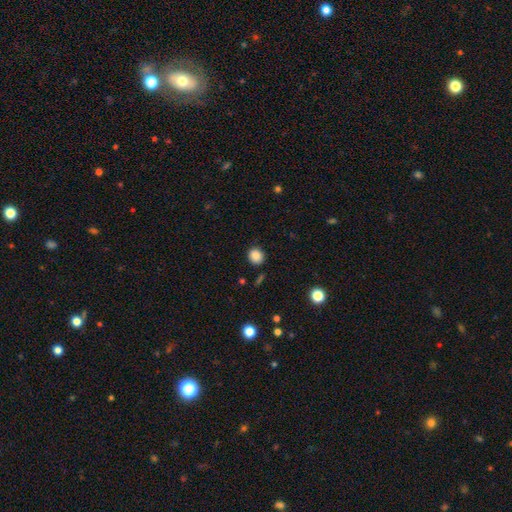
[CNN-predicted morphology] Smooth or featured? Predicted: smooth (p=0.86). How rounded? Predicted: round (p=0.83). Merging? Predicted: none (p=0.88).